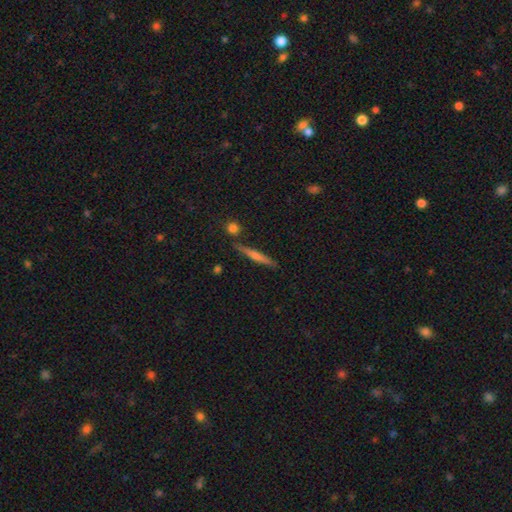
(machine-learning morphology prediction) A featured or disk galaxy (65%) viewed edge-on (97%) with a rounded central bulge (66%). Merging: none (87%).